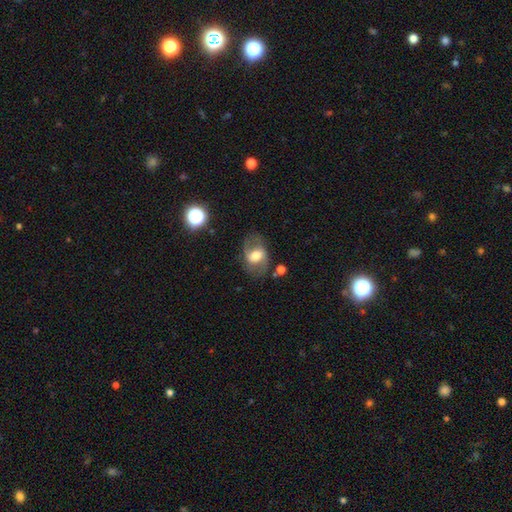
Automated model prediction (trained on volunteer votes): Smooth or featured?
  - featured or disk: 53% *
  - smooth: 38%
  - star or artifact: 9%
Edge-on disk?
  - no: 93% *
  - yes: 7%
Merging?
  - none: 69% *
  - minor disturbance: 18%
  - major disturbance: 10%
  - merger: 3%